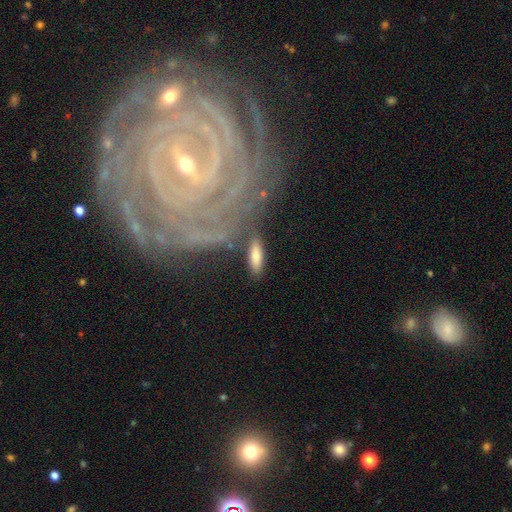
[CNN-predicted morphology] smooth-or-featured: smooth: 77% | featured or disk: 17% | star or artifact: 6%
  how-rounded: cigar-shaped: 52% | in between: 45% | round: 2%
  merging: none: 72% | minor disturbance: 14% | merger: 8% | major disturbance: 5%